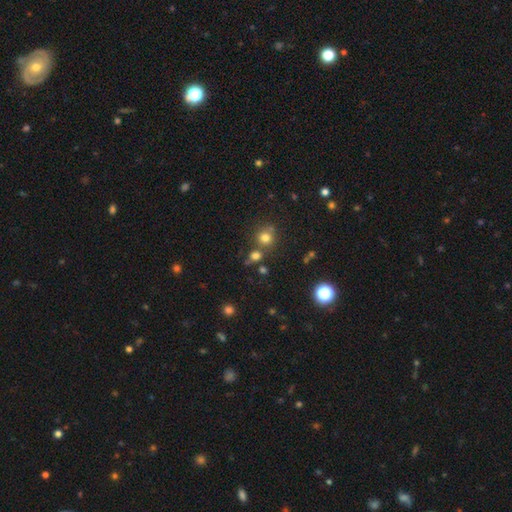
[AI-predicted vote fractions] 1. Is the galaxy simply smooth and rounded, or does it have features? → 70% smooth, 22% star or artifact, 8% featured or disk.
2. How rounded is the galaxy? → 77% round, 21% in between, 2% cigar-shaped.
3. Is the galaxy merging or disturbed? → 64% none, 21% merger, 10% minor disturbance, 5% major disturbance.